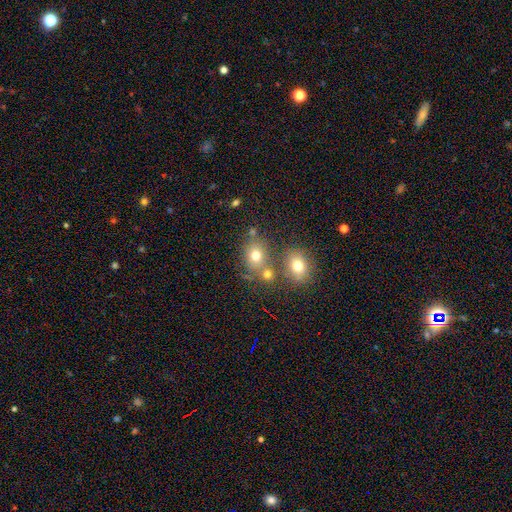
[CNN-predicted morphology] This is likely a smooth galaxy (72%). How rounded: possibly round (58%). Merging: likely none (61%).